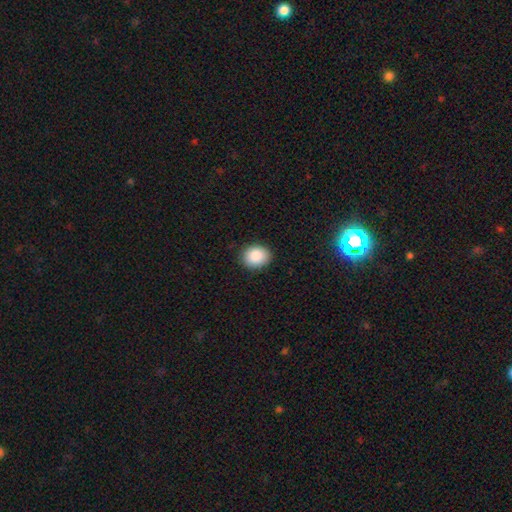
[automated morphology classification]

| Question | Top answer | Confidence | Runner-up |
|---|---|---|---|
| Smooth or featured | smooth | 88% | star or artifact (8%) |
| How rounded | round | 62% | in between (37%) |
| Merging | none | 89% | minor disturbance (8%) |